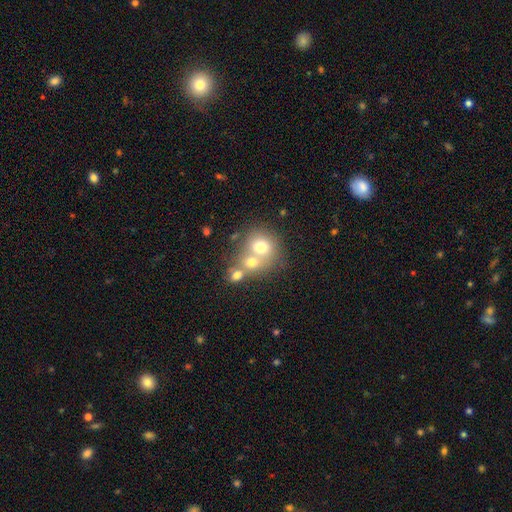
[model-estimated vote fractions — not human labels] Smooth or featured: smooth — 60% (featured or disk — 25%)
How rounded: round — 77% (in between — 22%)
Merging: merger — 58% (none — 32%)